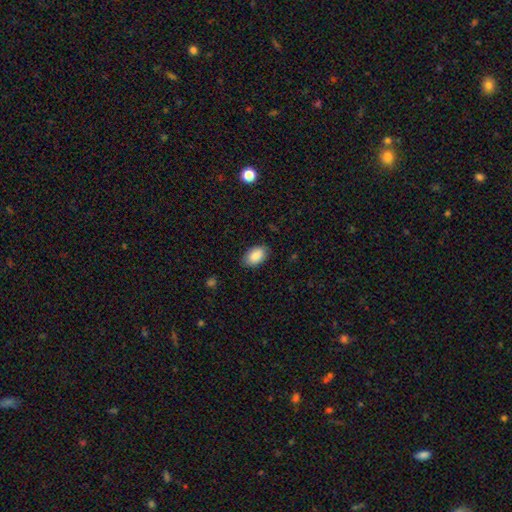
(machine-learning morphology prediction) Smooth or featured: smooth — 88% (star or artifact — 7%)
How rounded: in between — 92% (round — 6%)
Merging: none — 84% (minor disturbance — 12%)